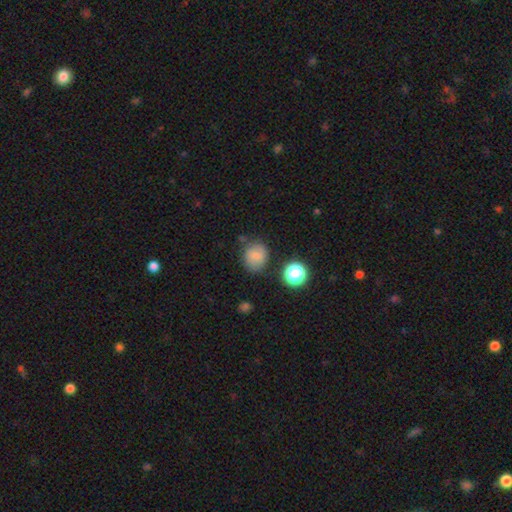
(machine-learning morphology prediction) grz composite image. It shows a smooth galaxy with no disk features (73%) that is round (72%). Merging: none (73%).